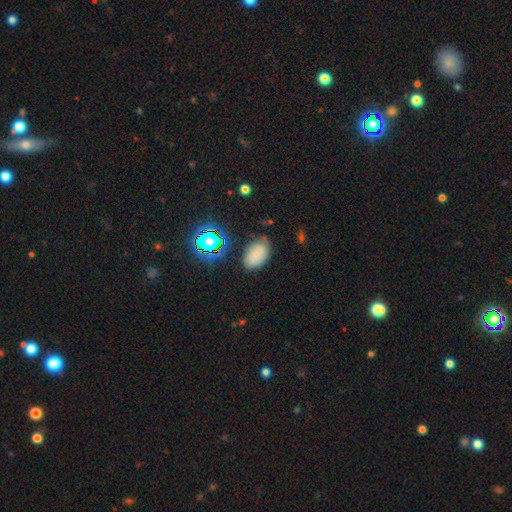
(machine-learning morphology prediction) This is likely a smooth galaxy (70%). How rounded: clearly in between (87%). Merging: likely none (73%).